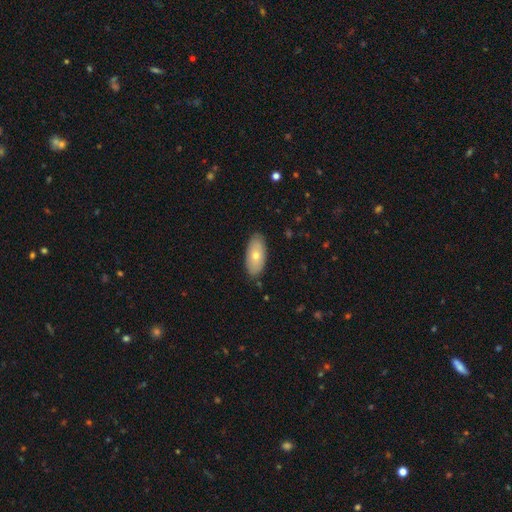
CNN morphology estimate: smooth_or_featured: smooth (p=0.65) [alt: featured or disk p=0.28]
how_rounded: in between (p=0.89) [alt: cigar-shaped p=0.08]
merging: none (p=0.86) [alt: minor disturbance p=0.10]